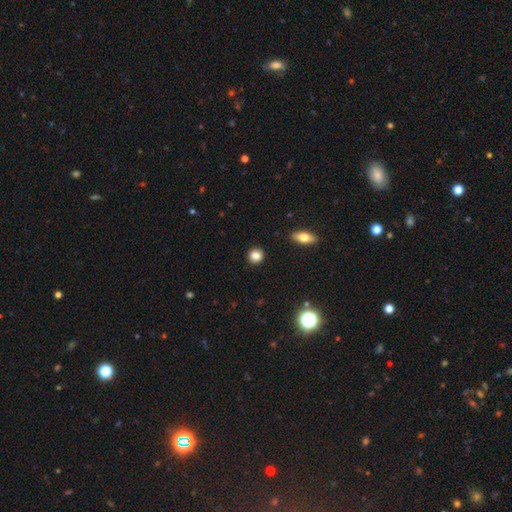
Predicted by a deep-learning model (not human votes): The model was most divided on "smooth or featured": smooth: 83%, star or artifact: 11%, featured or disk: 6%. More confident: merging — none (91%); how rounded — round (89%).